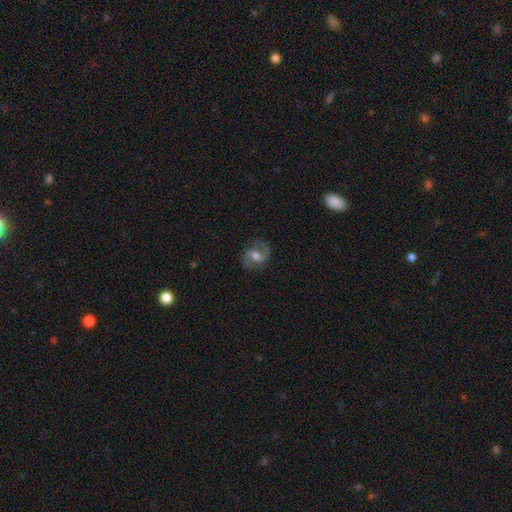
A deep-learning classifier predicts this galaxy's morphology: smooth-or-featured: featured or disk: 68% | smooth: 23% | star or artifact: 9%
  disk-edge-on: no: 97% | yes: 3%
    bar: weak: 47% | no: 38% | strong: 15%
    has-spiral-arms: yes: 87% | no: 13%
      spiral-winding: medium: 52% | loose: 31% | tight: 17%
      spiral-arm-count: 2: 89% | can't tell: 6% | 1: 3% | 3: 1% | 4: 1% | more than 4: 1%
    bulge-size: moderate: 67% | small: 15% | large: 14% | none: 2% | dominant: 1%
  merging: none: 79% | minor disturbance: 14% | major disturbance: 6% | merger: 1%